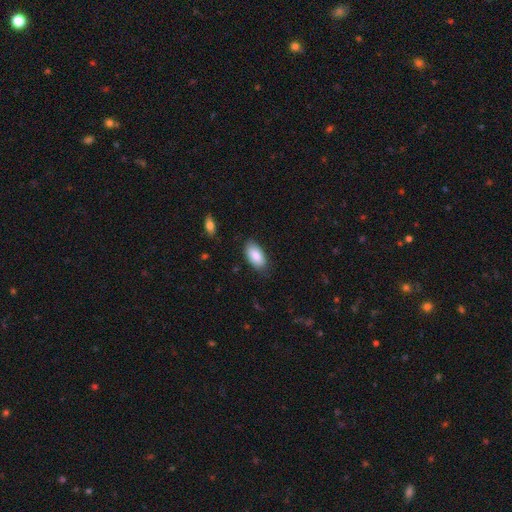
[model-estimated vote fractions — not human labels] Smooth or featured? Predicted: smooth (p=0.86). How rounded? Predicted: in between (p=0.95). Merging? Predicted: none (p=0.81).